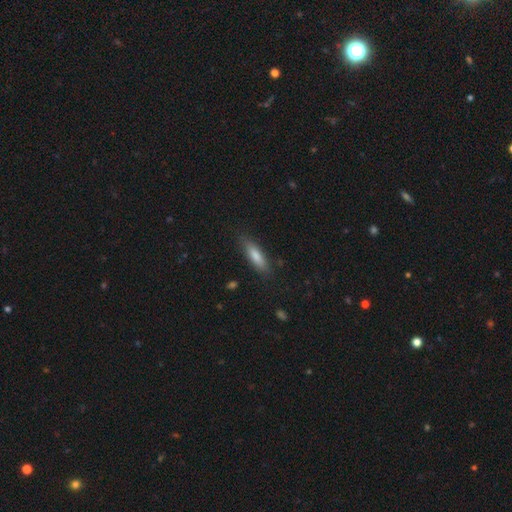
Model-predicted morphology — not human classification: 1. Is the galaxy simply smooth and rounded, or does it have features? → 76% smooth, 17% featured or disk, 7% star or artifact.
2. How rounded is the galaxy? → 64% cigar-shaped, 34% in between, 2% round.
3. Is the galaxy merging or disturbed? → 84% none, 12% minor disturbance, 3% major disturbance, 1% merger.